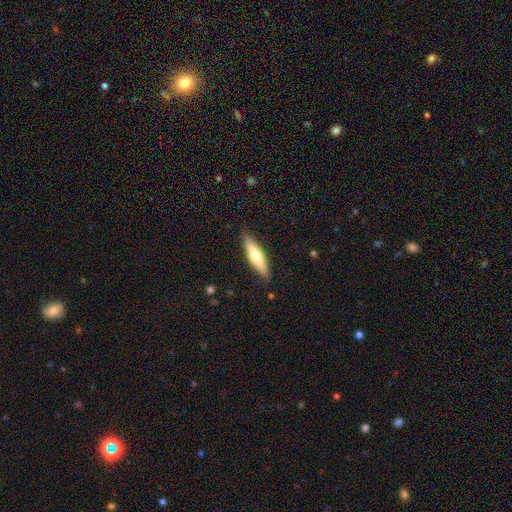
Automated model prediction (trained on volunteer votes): Morphology: type=smooth (58%); roundness=cigar-shaped (73%); merging=none (88%).